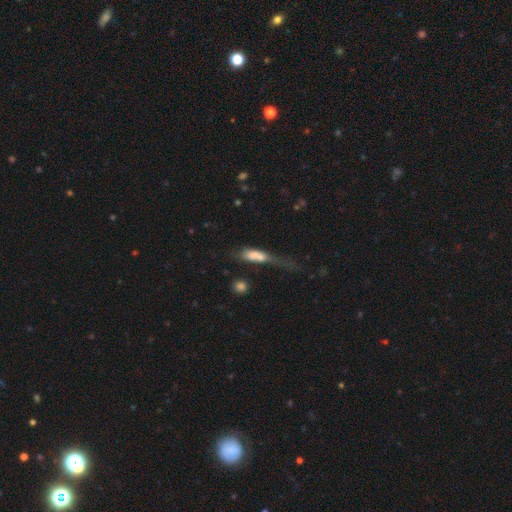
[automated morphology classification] A smooth galaxy with no disk features (57%) that is in between round and cigar-shaped (47%, tied with cigar-shaped). Merging: merger (34%).